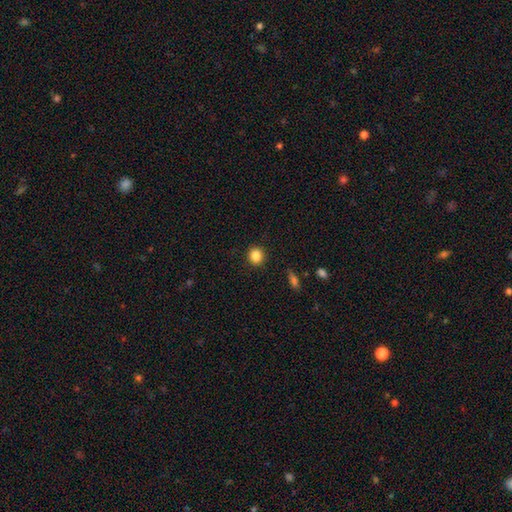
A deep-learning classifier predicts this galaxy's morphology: This is clearly a smooth galaxy (86%). How rounded: clearly round (85%). Merging: clearly none (91%).